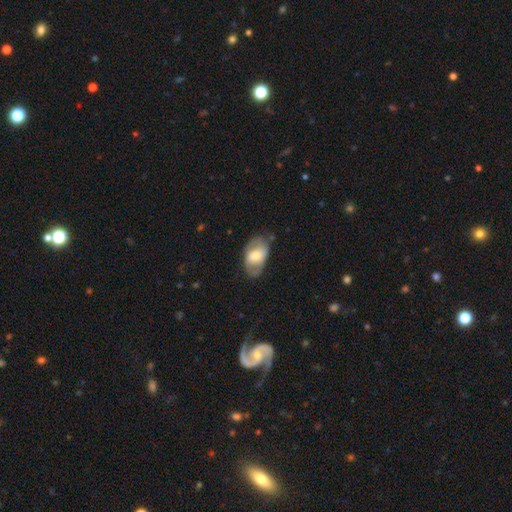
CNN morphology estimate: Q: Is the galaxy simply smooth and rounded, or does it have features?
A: smooth — 47%.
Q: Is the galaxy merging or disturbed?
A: none — 66%.